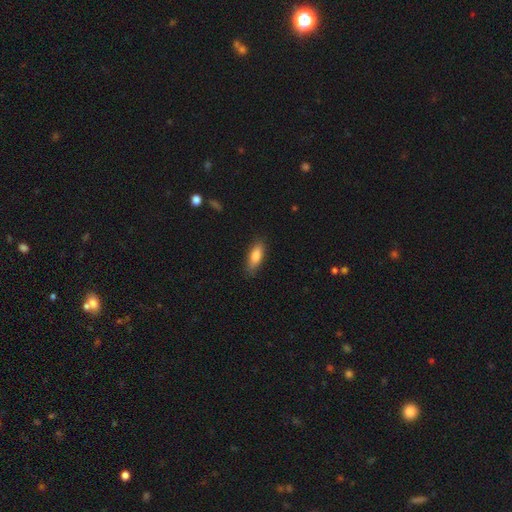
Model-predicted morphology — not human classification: Smooth or featured: smooth — 80% (featured or disk — 14%)
How rounded: in between — 69% (cigar-shaped — 28%)
Merging: none — 83% (minor disturbance — 14%)